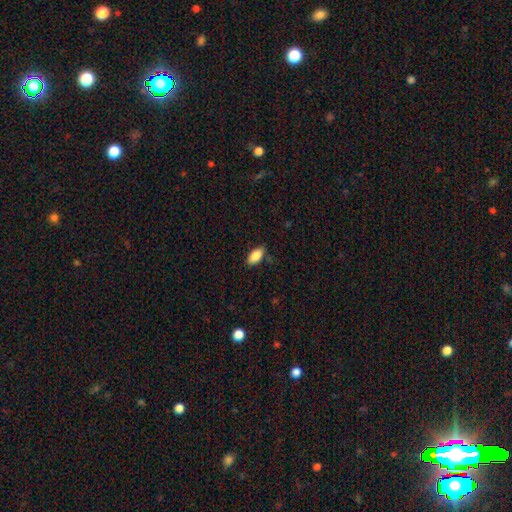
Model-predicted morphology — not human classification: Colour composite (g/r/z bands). It shows a smooth galaxy with no disk features (87%) that is in between round and cigar-shaped (91%). Merging: none (80%).